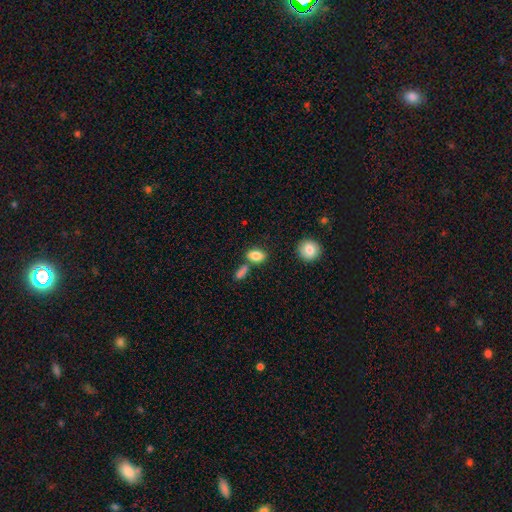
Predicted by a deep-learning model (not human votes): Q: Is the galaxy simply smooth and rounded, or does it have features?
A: smooth — 84%.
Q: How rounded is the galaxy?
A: in between — 84%.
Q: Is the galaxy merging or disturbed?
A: none — 64%.